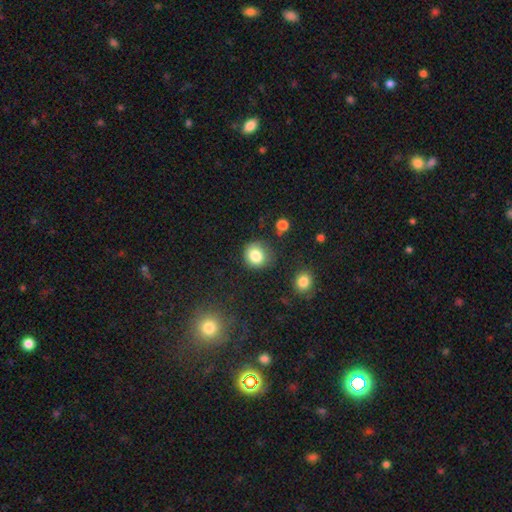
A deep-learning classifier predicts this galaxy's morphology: Overall: smooth (84%). How rounded: round (84%). Merging: none (78%).